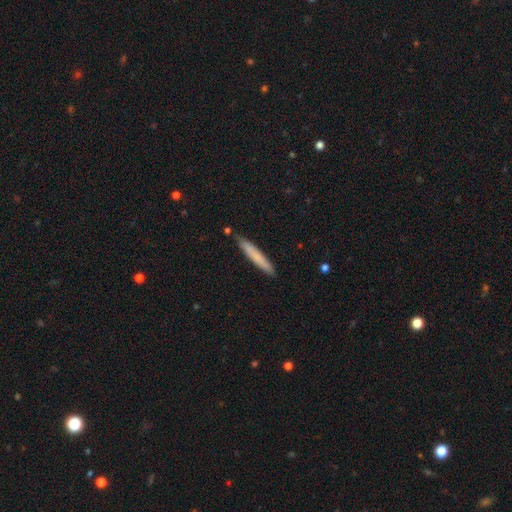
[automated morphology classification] Smooth or featured?
  - smooth: 74% *
  - featured or disk: 21%
  - star or artifact: 6%
How rounded?
  - cigar-shaped: 95% *
  - in between: 4%
  - round: 1%
Merging?
  - none: 87% *
  - minor disturbance: 9%
  - merger: 2%
  - major disturbance: 2%